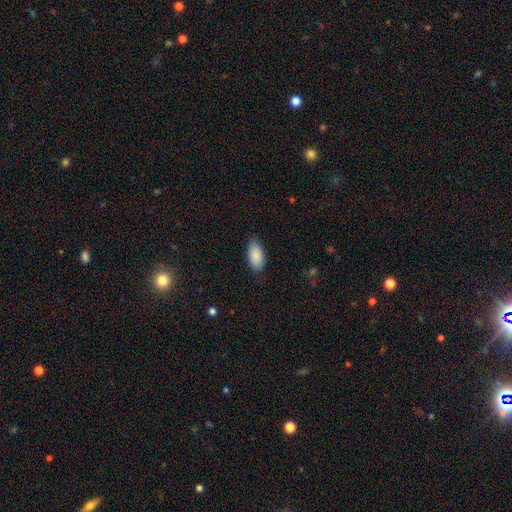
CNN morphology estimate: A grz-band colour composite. It shows a smooth galaxy with no disk features (89%) that is in between round and cigar-shaped (94%). Merging: none (81%).